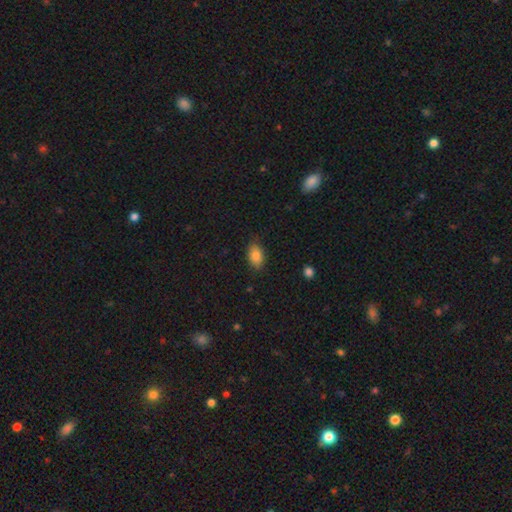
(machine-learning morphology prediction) Smooth or featured: smooth — 86% (star or artifact — 8%)
How rounded: in between — 88% (round — 10%)
Merging: none — 81% (minor disturbance — 15%)